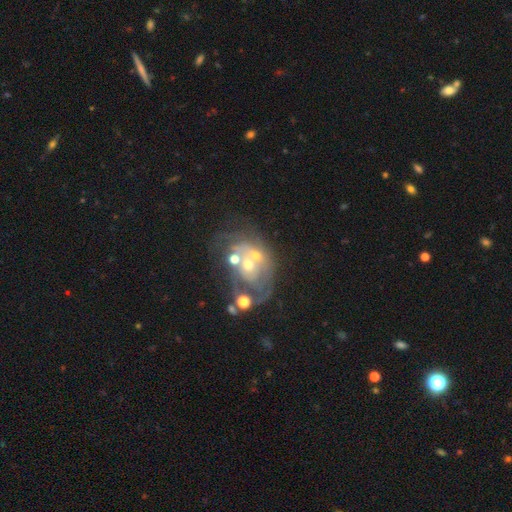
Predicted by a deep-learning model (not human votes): Smooth or featured?
  - featured or disk: 70% *
  - smooth: 18%
  - star or artifact: 12%
Edge-on disk?
  - no: 97% *
  - yes: 3%
Bar?
  - no: 83% *
  - weak: 14%
  - strong: 4%
Spiral arms?
  - yes: 56% *
  - no: 44%
Bulge size?
  - moderate: 46% *
  - small: 40%
  - none: 7%
  - large: 5%
  - dominant: 2%
Merging?
  - none: 31% *
  - merger: 27%
  - major disturbance: 26%
  - minor disturbance: 16%